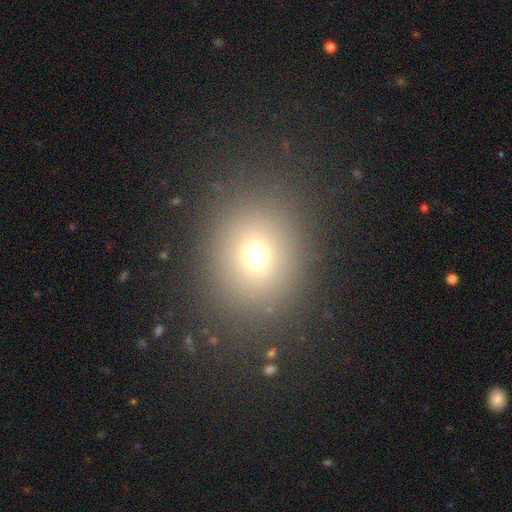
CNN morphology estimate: Smooth or featured?
  - smooth: 68% *
  - star or artifact: 21%
  - featured or disk: 11%
How rounded?
  - round: 69% *
  - in between: 30%
  - cigar-shaped: 1%
Merging?
  - none: 86% *
  - minor disturbance: 7%
  - major disturbance: 5%
  - merger: 2%